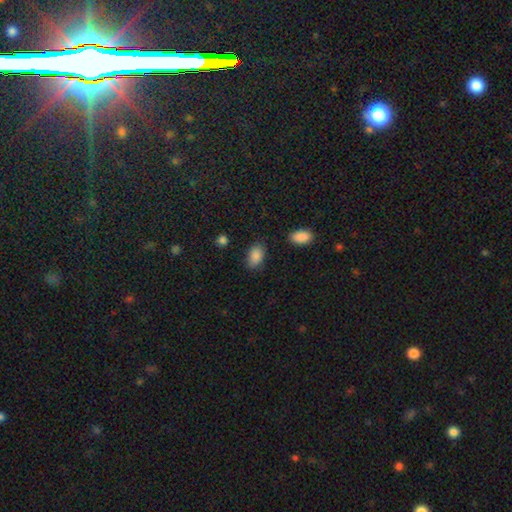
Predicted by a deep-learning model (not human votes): A smooth galaxy with no disk features (88%) that is in between round and cigar-shaped (90%).

Vote fractions:
- Smooth or featured? smooth: 88% / star or artifact: 8% / featured or disk: 4%
- How rounded? in between: 90% / round: 9% / cigar-shaped: 1%
- Merging? none: 80% / minor disturbance: 14% / major disturbance: 4% / merger: 2%